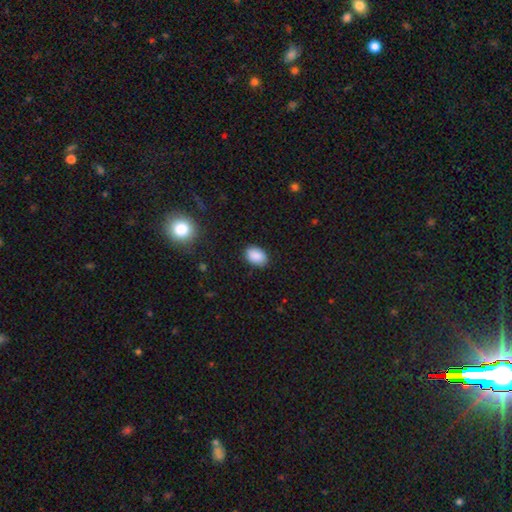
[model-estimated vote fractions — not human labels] A smooth galaxy with no disk features (89%) that is in between round and cigar-shaped (84%).

Vote fractions:
- Smooth or featured? smooth: 89% / star or artifact: 8% / featured or disk: 3%
- How rounded? in between: 84% / round: 15% / cigar-shaped: 1%
- Merging? none: 87% / minor disturbance: 10% / major disturbance: 2% / merger: 1%